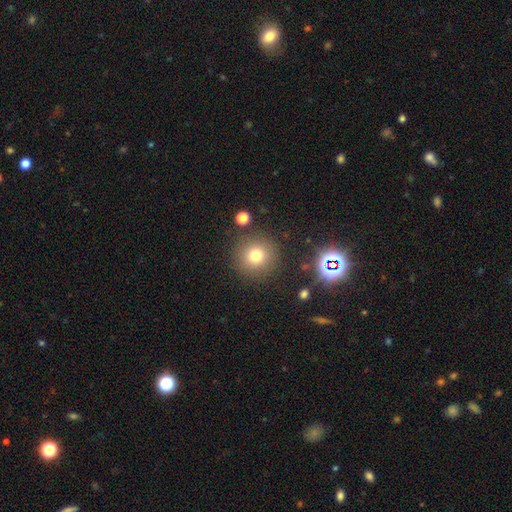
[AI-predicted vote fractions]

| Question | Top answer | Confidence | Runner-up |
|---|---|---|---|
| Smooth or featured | smooth | 76% | star or artifact (15%) |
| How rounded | round | 94% | in between (5%) |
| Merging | none | 87% | minor disturbance (7%) |